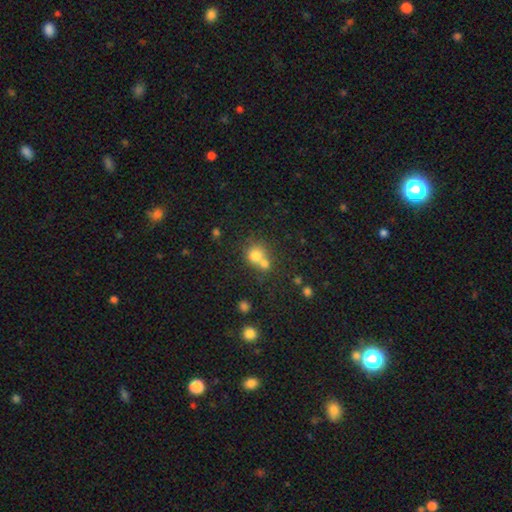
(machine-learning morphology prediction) Q: Smooth or featured?
A: smooth (74%); runner-up: star or artifact (13%)
Q: How rounded?
A: round (83%); runner-up: in between (16%)
Q: Merging?
A: merger (53%); runner-up: none (36%)